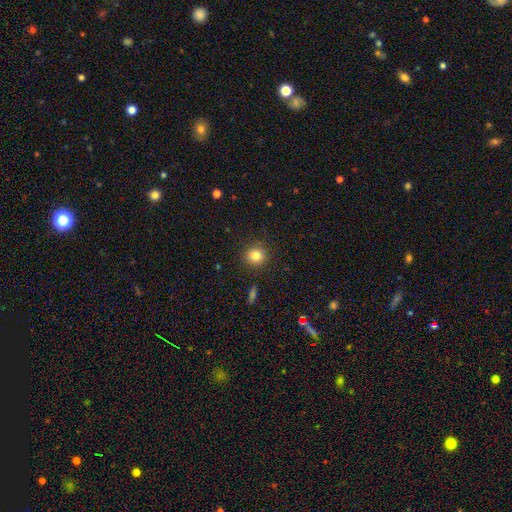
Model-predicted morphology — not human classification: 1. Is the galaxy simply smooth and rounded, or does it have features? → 82% smooth, 11% star or artifact, 7% featured or disk.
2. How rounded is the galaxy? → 86% round, 13% in between, 1% cigar-shaped.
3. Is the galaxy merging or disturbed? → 90% none, 7% minor disturbance, 2% major disturbance, 1% merger.